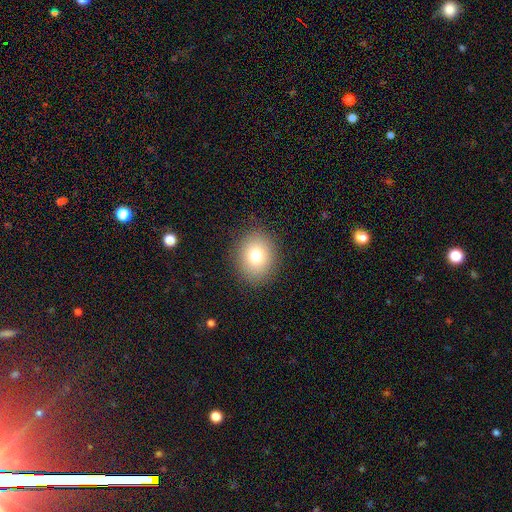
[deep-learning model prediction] smooth_or_featured: smooth (p=0.76) [alt: star or artifact p=0.12]
how_rounded: round (p=0.70) [alt: in between p=0.29]
merging: none (p=0.88) [alt: minor disturbance p=0.08]